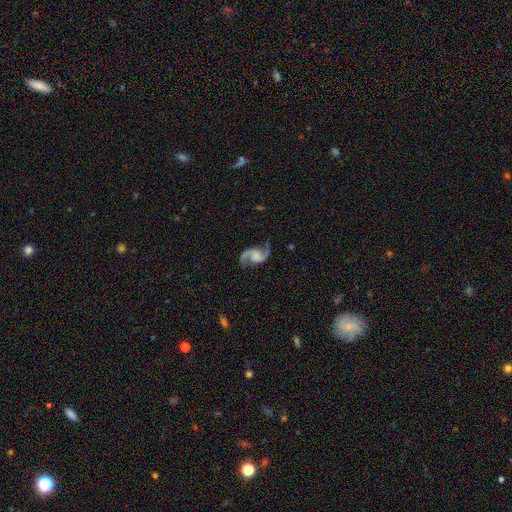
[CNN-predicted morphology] type=featured or disk (90%); edge-on=no (98%); bar=no (57%); spiral arms=yes (98%); winding=loose (58%); arm count=2 (94%); bulge=none (48%); merging=none (77%).